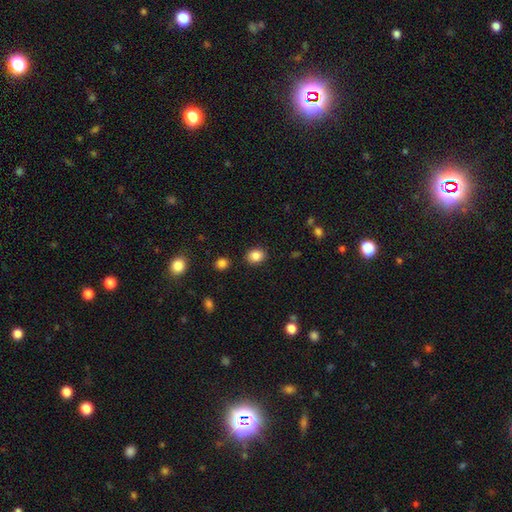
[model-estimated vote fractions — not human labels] Smooth or featured?
  - smooth: 85% *
  - star or artifact: 10%
  - featured or disk: 5%
How rounded?
  - round: 52% *
  - in between: 47%
  - cigar-shaped: 1%
Merging?
  - none: 88% *
  - minor disturbance: 8%
  - major disturbance: 2%
  - merger: 2%